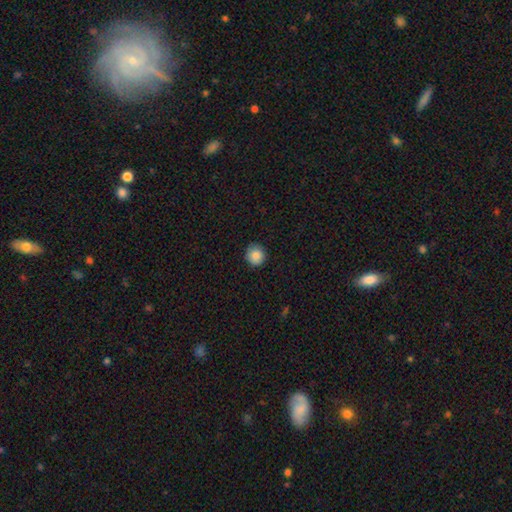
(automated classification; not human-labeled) Smooth or featured: smooth — 85% (star or artifact — 9%)
How rounded: round — 92% (in between — 7%)
Merging: none — 88% (minor disturbance — 9%)